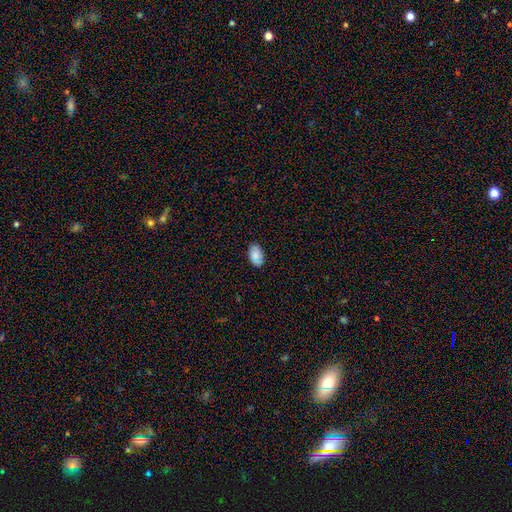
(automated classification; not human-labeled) smooth_or_featured: smooth (p=0.75) [alt: featured or disk p=0.16]
how_rounded: in between (p=0.91) [alt: round p=0.08]
merging: none (p=0.80) [alt: minor disturbance p=0.16]